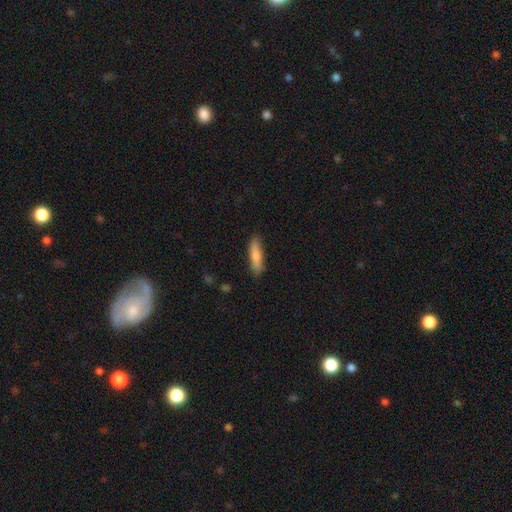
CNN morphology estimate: Smooth or featured? Predicted: smooth (p=0.77). How rounded? Predicted: cigar-shaped (p=0.72). Merging? Predicted: none (p=0.84).